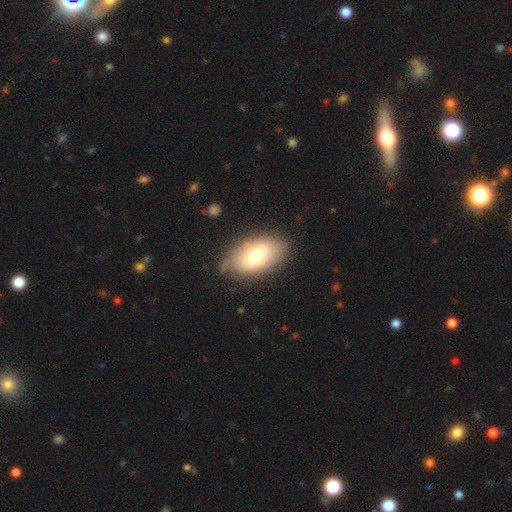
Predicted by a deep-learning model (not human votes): Smooth or featured? Predicted: smooth (p=0.68). How rounded? Predicted: in between (p=0.93). Merging? Predicted: none (p=0.75).